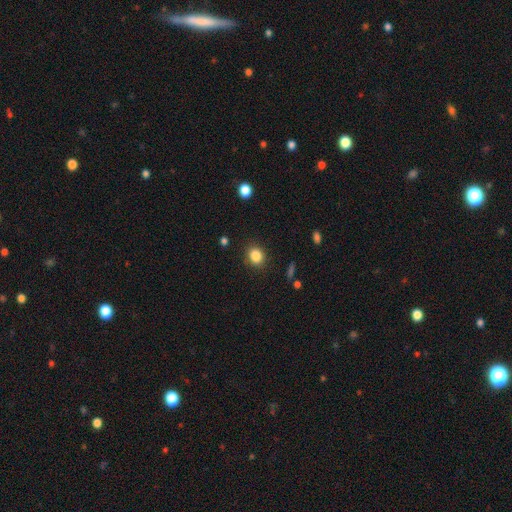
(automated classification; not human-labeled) A smooth galaxy with no disk features (86%) that is round (62%). Merging: none (87%).